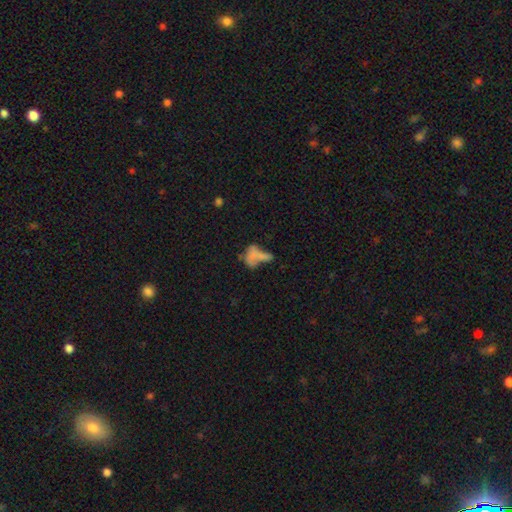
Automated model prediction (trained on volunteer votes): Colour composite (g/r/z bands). It shows a smooth galaxy with no disk features (58%) that is in between round and cigar-shaped (80%). Merging: merger (42%).